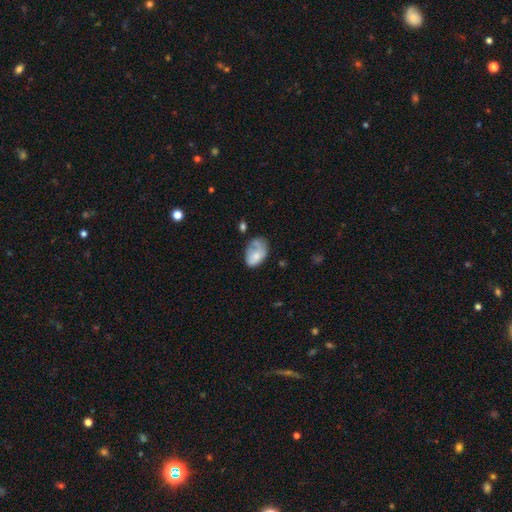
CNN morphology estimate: Smooth or featured? smooth (63%)
How rounded? in between (86%)
Merging? minor disturbance (34%)